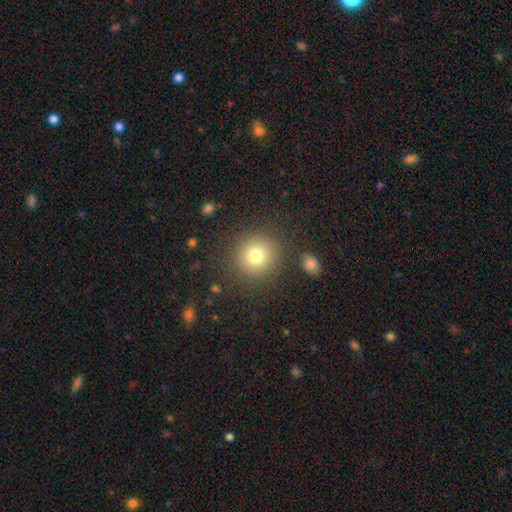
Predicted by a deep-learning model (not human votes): Overall: smooth (77%). How rounded: round (91%). Merging: none (85%).